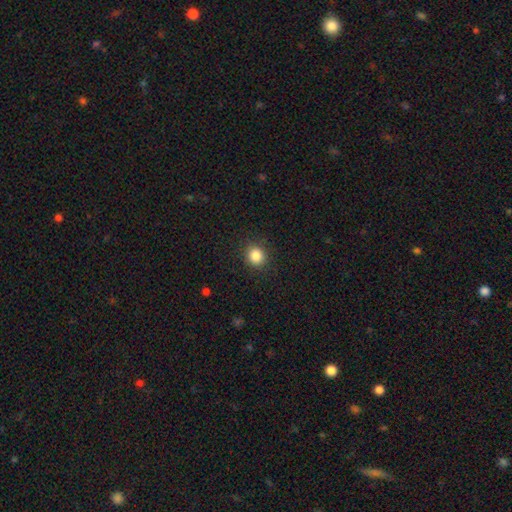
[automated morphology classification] smooth_or_featured: smooth (p=0.85) [alt: star or artifact p=0.11]
how_rounded: round (p=0.86) [alt: in between p=0.13]
merging: none (p=0.90) [alt: minor disturbance p=0.06]